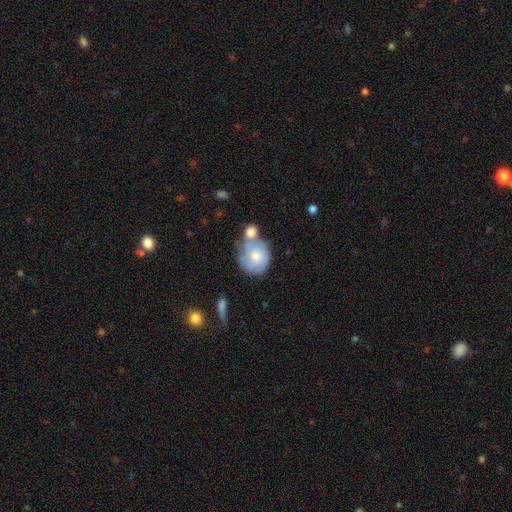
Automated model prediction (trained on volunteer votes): Smooth or featured? smooth (53%)
How rounded? round (73%)
Merging? merger (39%)